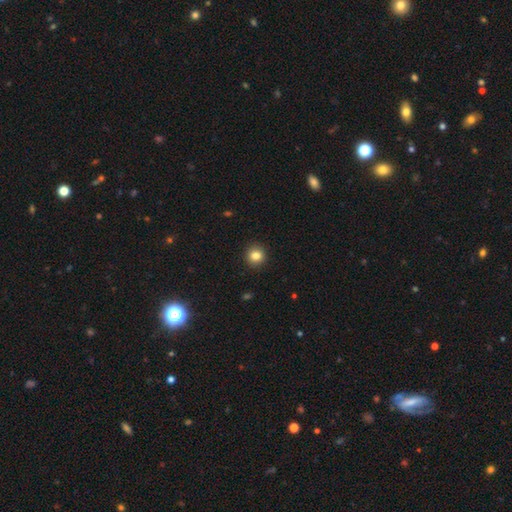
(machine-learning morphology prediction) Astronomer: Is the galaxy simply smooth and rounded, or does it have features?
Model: smooth — 84%.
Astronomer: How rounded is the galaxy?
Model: round — 90%.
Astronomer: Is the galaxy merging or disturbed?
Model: none — 92%.